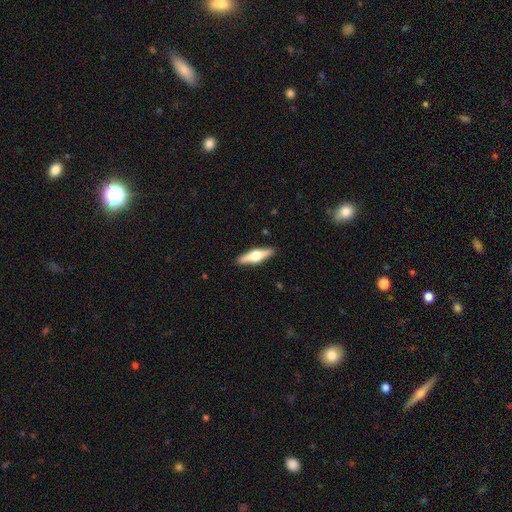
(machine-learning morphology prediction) smooth-or-featured: featured or disk: 59% | smooth: 35% | star or artifact: 5%
  disk-edge-on: yes: 96% | no: 4%
    edge-on-bulge: rounded: 94% | boxy: 4% | none: 2%
  merging: none: 90% | minor disturbance: 7% | major disturbance: 2% | merger: 1%